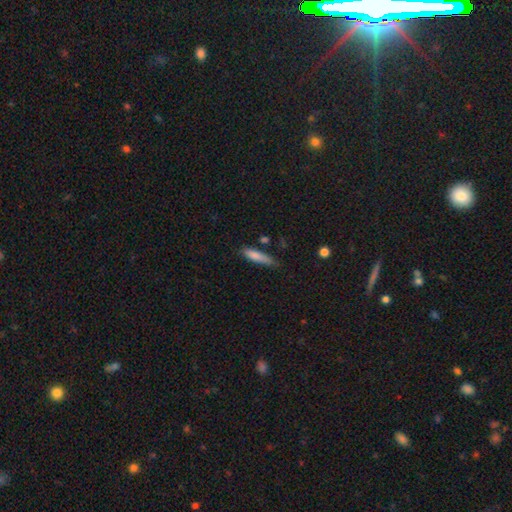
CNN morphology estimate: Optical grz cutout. It shows a smooth galaxy with no disk features (81%) that is cigar-shaped (75%). Merging: none (68%).